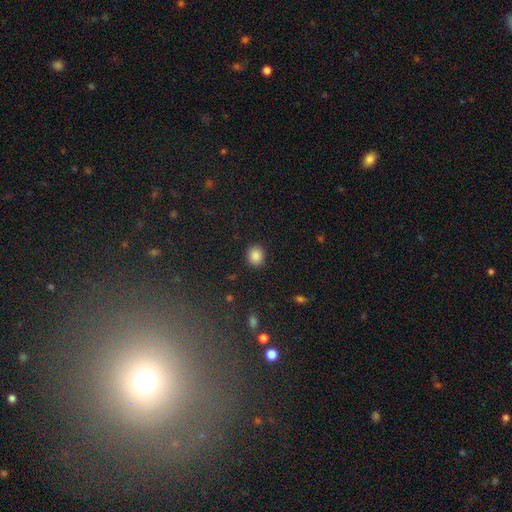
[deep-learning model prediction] Smooth or featured? Predicted: smooth (p=0.87). How rounded? Predicted: round (p=0.77). Merging? Predicted: none (p=0.89).